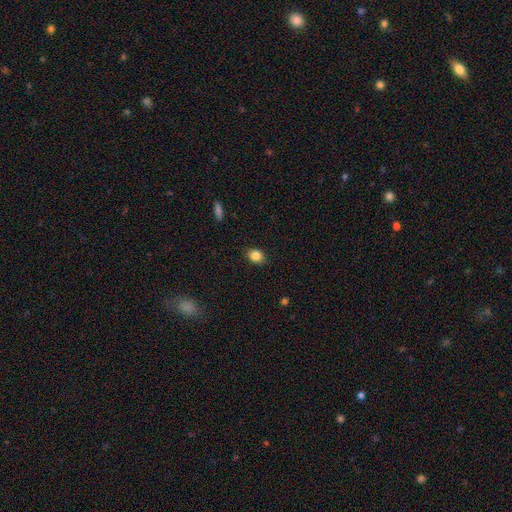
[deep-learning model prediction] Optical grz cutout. It shows a smooth galaxy with no disk features (84%) that is round (50%). Merging: none (88%).